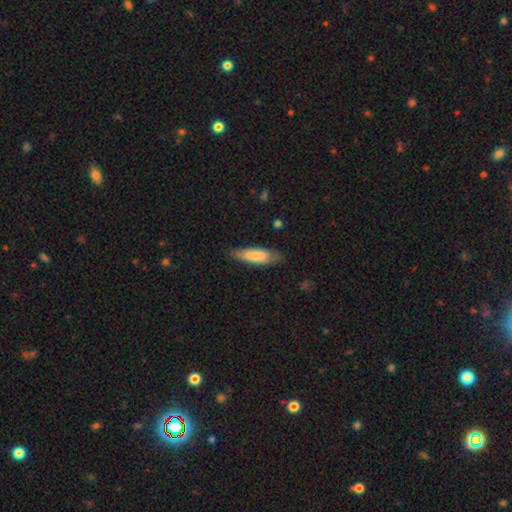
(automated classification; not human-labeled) This appears to be a smooth galaxy with no disk features (74%) that is cigar-shaped (50%). Merging: none (76%).